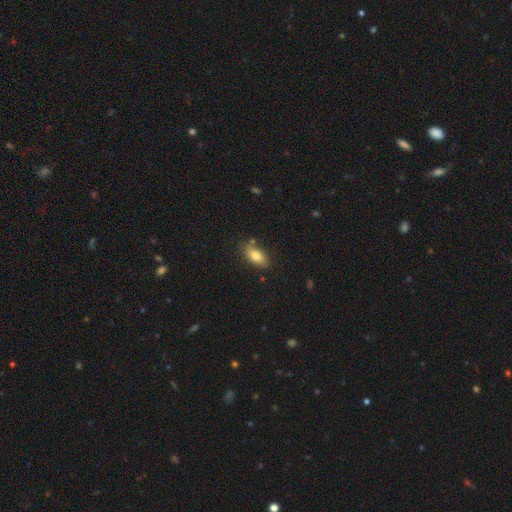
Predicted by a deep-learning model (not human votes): Smooth or featured? Predicted: smooth (p=0.79). How rounded? Predicted: in between (p=0.89). Merging? Predicted: none (p=0.76).